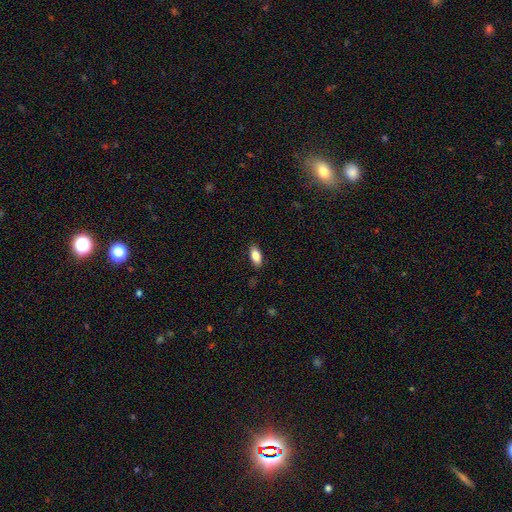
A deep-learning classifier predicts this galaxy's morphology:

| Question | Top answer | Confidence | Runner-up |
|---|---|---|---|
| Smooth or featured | smooth | 86% | featured or disk (7%) |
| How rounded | in between | 88% | cigar-shaped (9%) |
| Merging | none | 87% | minor disturbance (10%) |